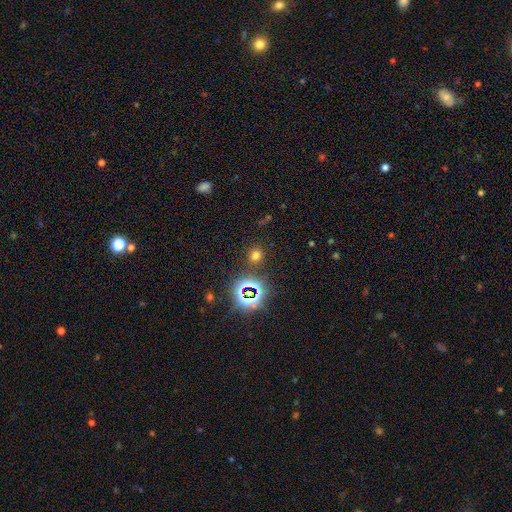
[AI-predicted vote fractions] Smooth or featured? smooth (61%)
How rounded? round (81%)
Merging? none (86%)